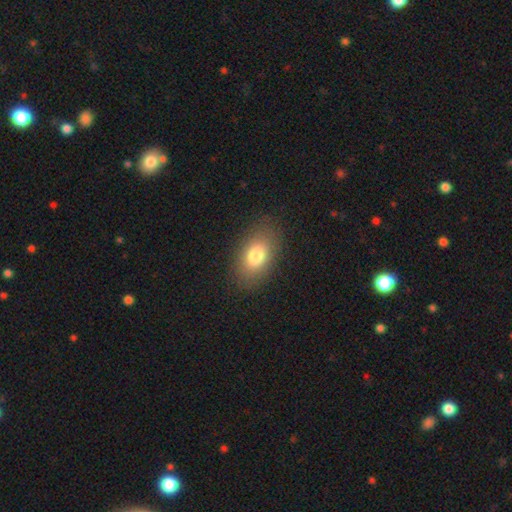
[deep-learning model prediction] This appears to be a smooth galaxy with no disk features (79%) that is in between round and cigar-shaped (87%). Merging: none (84%).